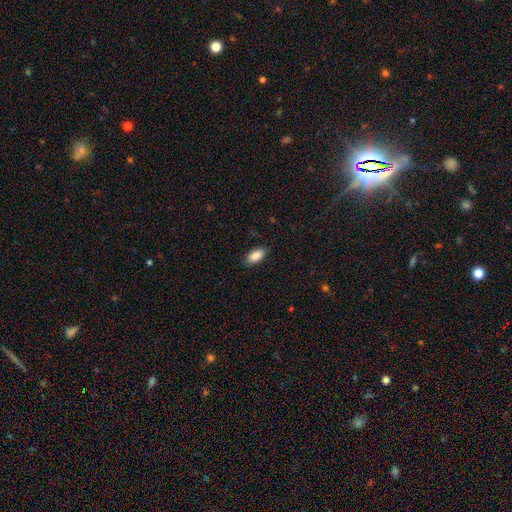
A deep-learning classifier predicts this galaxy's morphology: Smooth or featured?
  - smooth: 89% *
  - star or artifact: 6%
  - featured or disk: 5%
How rounded?
  - in between: 92% *
  - cigar-shaped: 6%
  - round: 3%
Merging?
  - none: 86% *
  - minor disturbance: 11%
  - major disturbance: 2%
  - merger: 1%